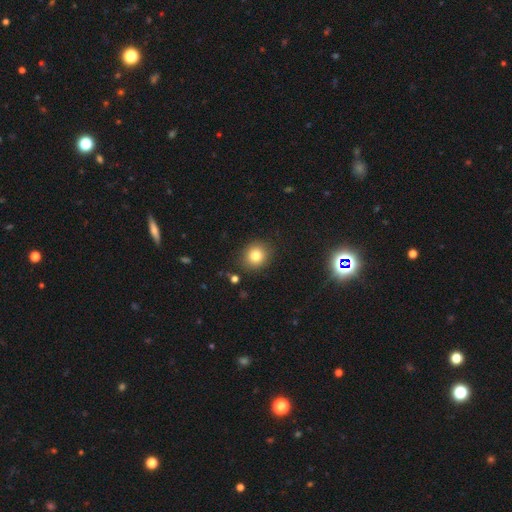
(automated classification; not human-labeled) smooth-or-featured: smooth: 81% | star or artifact: 11% | featured or disk: 8%
  how-rounded: round: 82% | in between: 17% | cigar-shaped: 1%
  merging: none: 88% | minor disturbance: 8% | major disturbance: 2% | merger: 2%